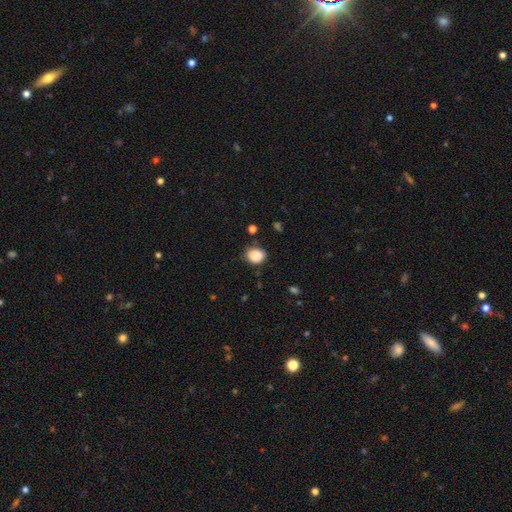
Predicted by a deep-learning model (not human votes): smooth_or_featured: smooth (p=0.86) [alt: star or artifact p=0.09]
how_rounded: round (p=0.63) [alt: in between p=0.36]
merging: none (p=0.73) [alt: minor disturbance p=0.20]